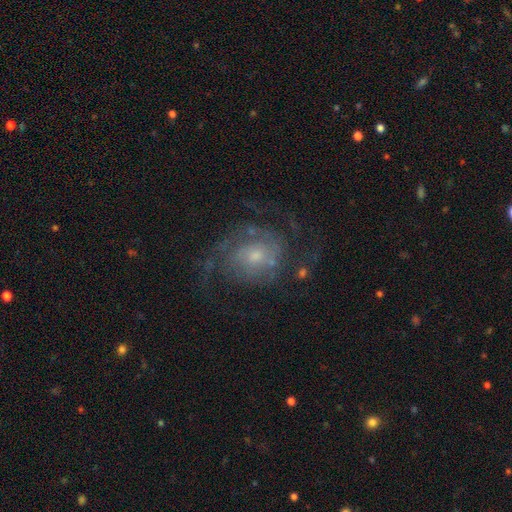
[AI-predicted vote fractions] Smooth or featured? Predicted: featured or disk (p=0.79). Edge-on disk? Predicted: no (p=0.98). Bar? Predicted: no (p=0.73). Spiral arms? Predicted: yes (p=0.90). Spiral winding? Predicted: medium (p=0.43). Spiral arm count? Predicted: 2 (p=0.44). Bulge size? Predicted: small (p=0.53). Merging? Predicted: none (p=0.64).